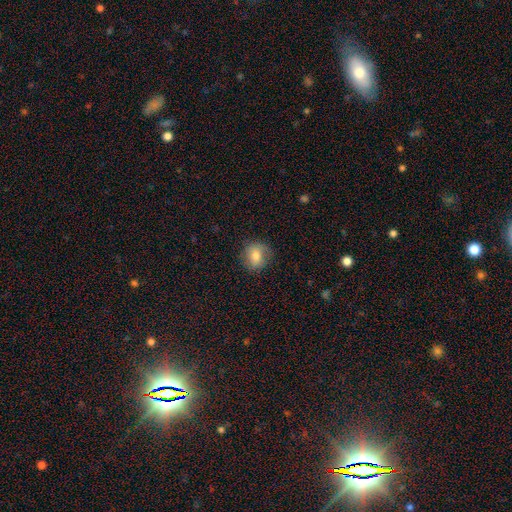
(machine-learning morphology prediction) A smooth galaxy with no disk features (76%) that is round (79%).

Vote fractions:
- Smooth or featured? smooth: 76% / featured or disk: 15% / star or artifact: 9%
- How rounded? round: 79% / in between: 20% / cigar-shaped: 1%
- Merging? none: 81% / minor disturbance: 14% / major disturbance: 4% / merger: 1%